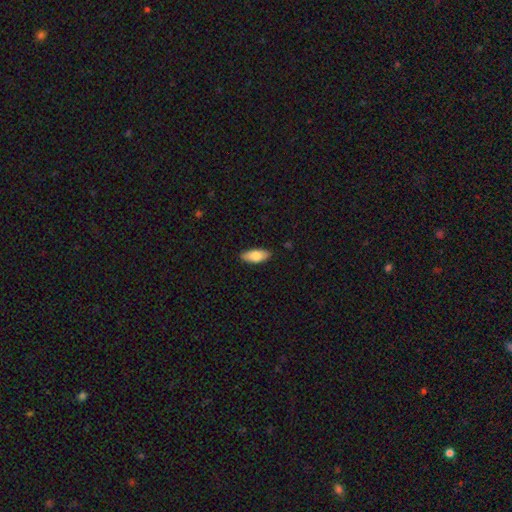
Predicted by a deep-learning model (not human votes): A smooth galaxy with no disk features (81%) that is in between round and cigar-shaped (85%). Merging: none (87%).